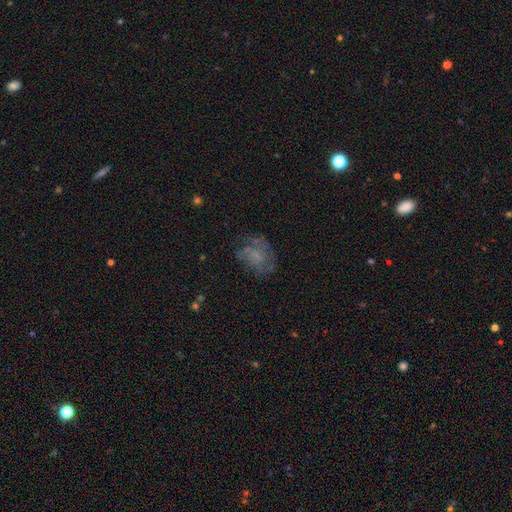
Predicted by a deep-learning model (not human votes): A featured or disk galaxy (47%).

Vote fractions:
- Smooth or featured? featured or disk: 47% / smooth: 38% / star or artifact: 15%
- Merging? none: 46% / major disturbance: 28% / minor disturbance: 24% / merger: 3%